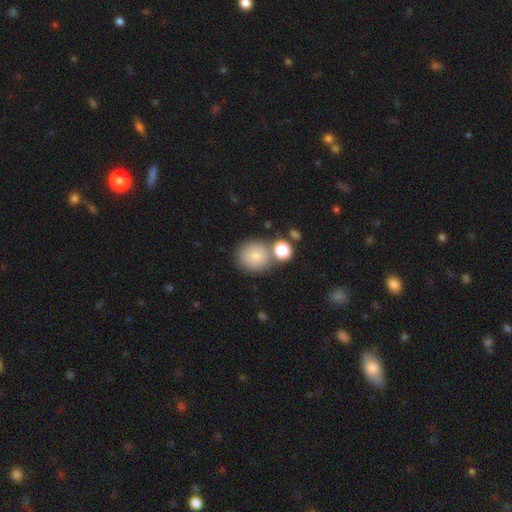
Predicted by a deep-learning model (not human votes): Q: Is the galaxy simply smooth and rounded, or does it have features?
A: smooth — 79%.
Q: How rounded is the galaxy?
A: round — 90%.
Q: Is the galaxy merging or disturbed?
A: none — 65%.